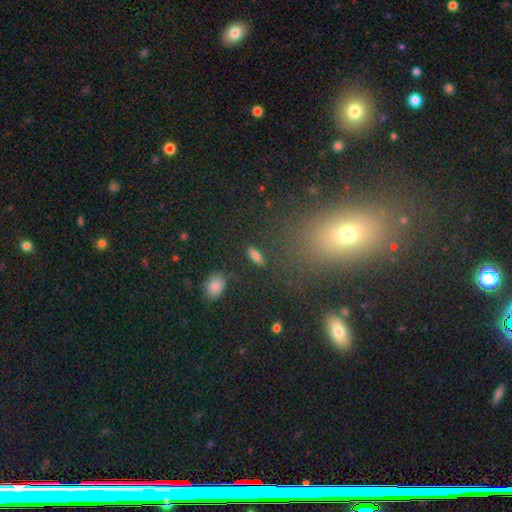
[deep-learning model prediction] Overall: smooth (72%). How rounded: in between (58%; cigar-shaped 35%). Merging: none (87%).